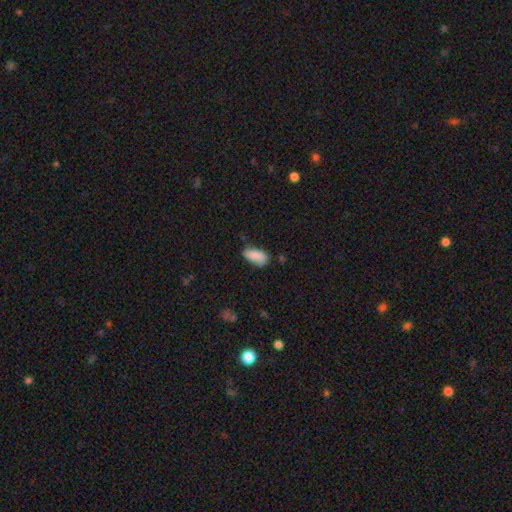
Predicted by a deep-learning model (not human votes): The model was most divided on "merging": none: 61%, minor disturbance: 29%, major disturbance: 7%, merger: 3%. More confident: how rounded — in between (89%); smooth or featured — smooth (86%).